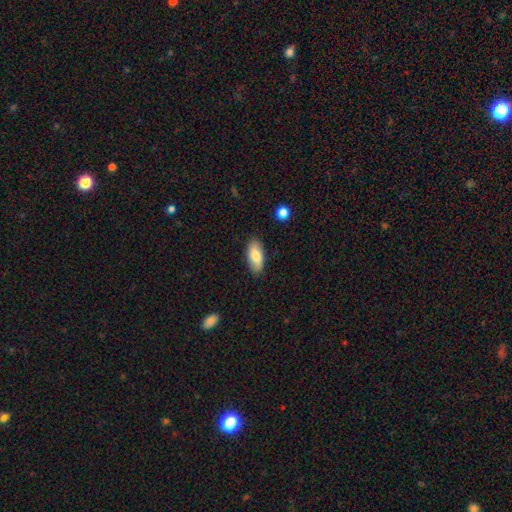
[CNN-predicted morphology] smooth-or-featured: smooth: 80% | featured or disk: 14% | star or artifact: 6%
  how-rounded: in between: 88% | cigar-shaped: 10% | round: 2%
  merging: none: 85% | minor disturbance: 11% | major disturbance: 2% | merger: 1%